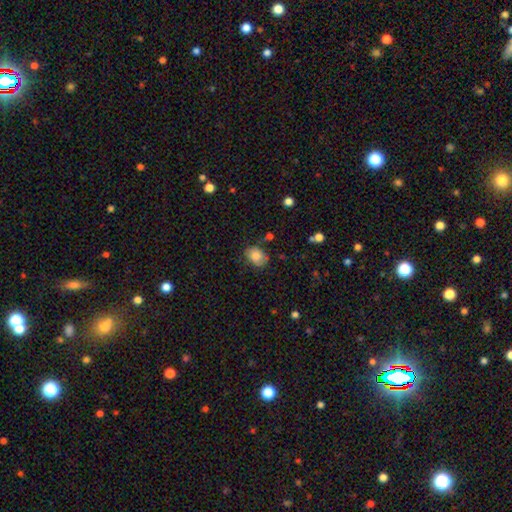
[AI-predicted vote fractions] This is clearly a smooth galaxy (81%). How rounded: likely in between (72%). Merging: likely none (63%).